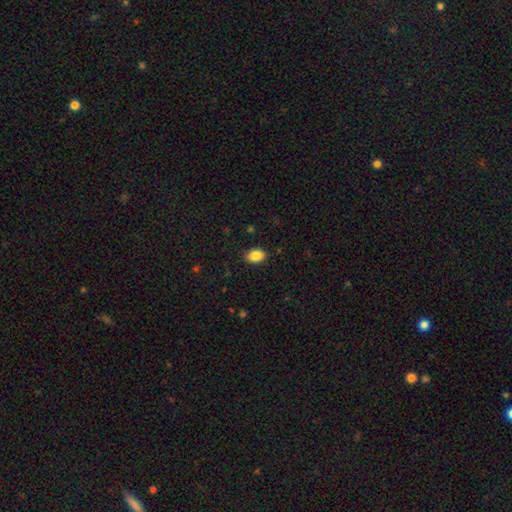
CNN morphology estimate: A smooth galaxy with no disk features (87%) that is in between round and cigar-shaped (84%). Merging: none (88%).